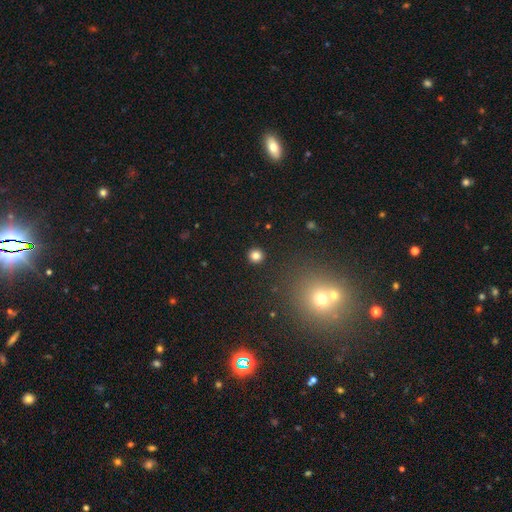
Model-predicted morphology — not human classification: type=smooth (82%); roundness=round (94%); merging=none (92%).